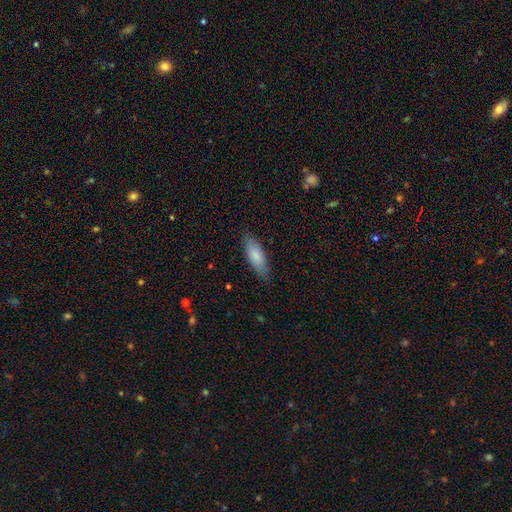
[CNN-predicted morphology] Smooth or featured? Predicted: smooth (p=0.83). How rounded? Predicted: in between (p=0.67). Merging? Predicted: none (p=0.80).